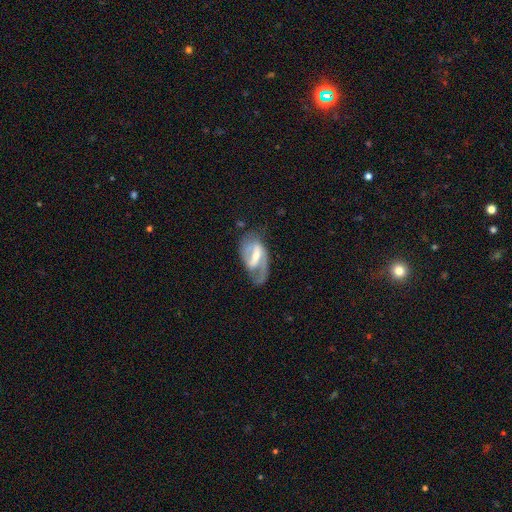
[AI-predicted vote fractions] Morphology: type=featured or disk (79%); edge-on=no (94%); bar=strong (55%); spiral arms=yes (85%); winding=medium (48%); arm count=2 (68%); bulge=moderate (52%); merging=none (57%).